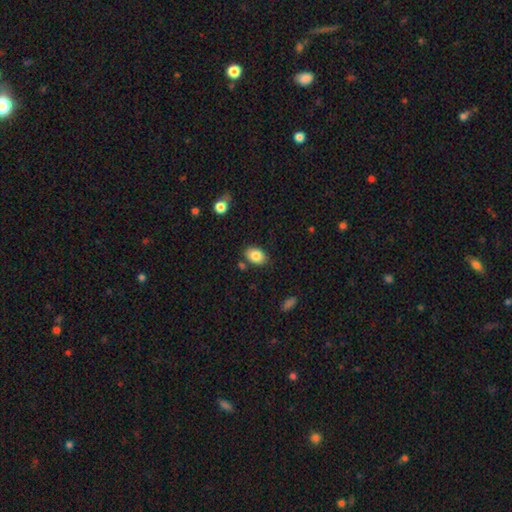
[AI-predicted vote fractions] A smooth galaxy with no disk features (85%) that is in between round and cigar-shaped (85%). Merging: none (80%).